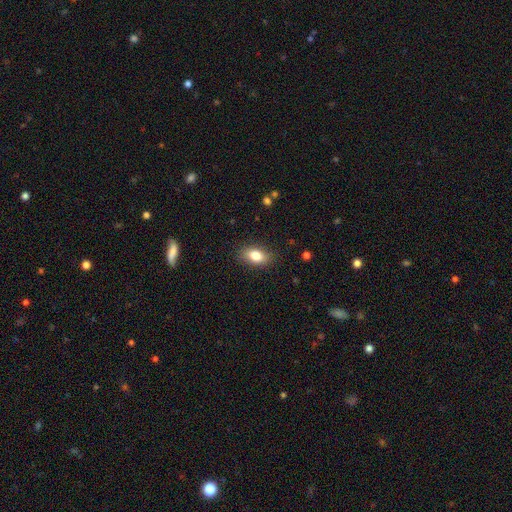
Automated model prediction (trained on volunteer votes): This is clearly a smooth galaxy (82%). How rounded: clearly in between (87%). Merging: clearly none (86%).